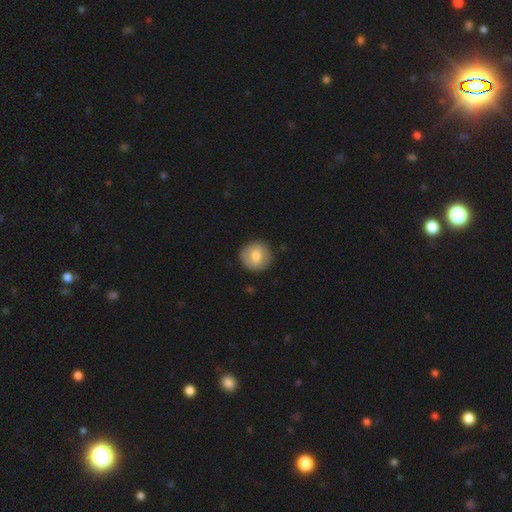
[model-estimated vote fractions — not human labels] Morphology: type=smooth (70%); roundness=round (91%); merging=none (87%).